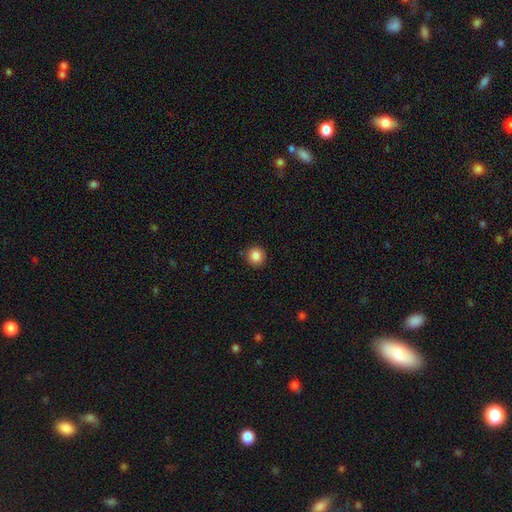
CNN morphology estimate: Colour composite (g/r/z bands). It shows a smooth galaxy with no disk features (86%) that is round (92%). Merging: none (90%).